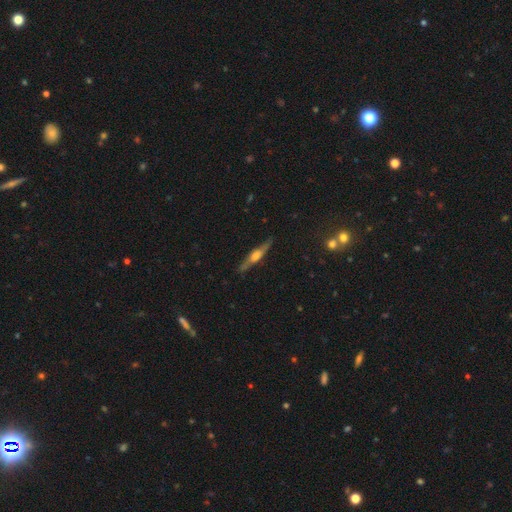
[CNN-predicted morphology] This is likely a featured or disk galaxy (68%). It is clearly viewed edge-on (94%). Edge-on bulge: likely rounded (77%). Merging: clearly none (85%).